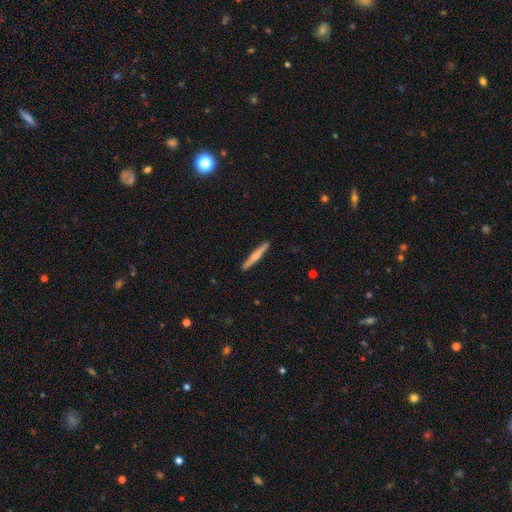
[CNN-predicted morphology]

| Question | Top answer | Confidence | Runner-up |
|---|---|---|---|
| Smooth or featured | smooth | 53% | featured or disk (42%) |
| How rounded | cigar-shaped | 95% | in between (3%) |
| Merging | none | 91% | minor disturbance (7%) |